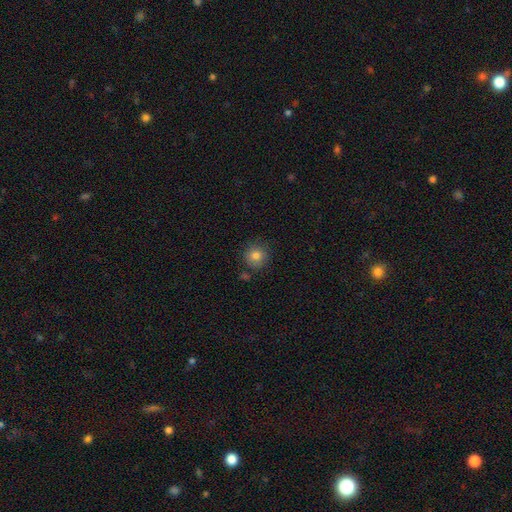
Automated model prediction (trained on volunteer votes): This appears to be a smooth galaxy with no disk features (82%) that is round (91%). Merging: none (81%).